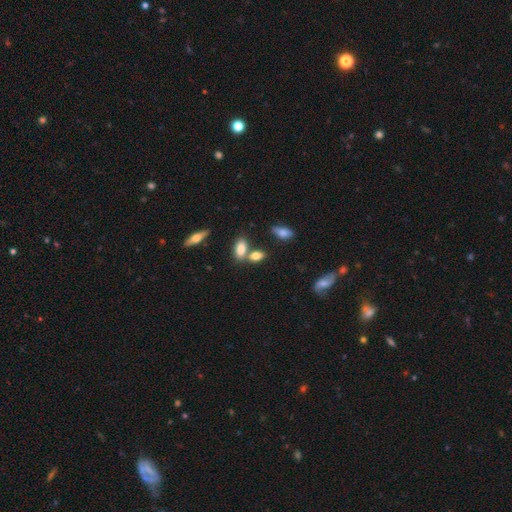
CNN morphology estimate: Overall: smooth (78%). How rounded: in between (84%). Merging: none (53%; merger 30%).